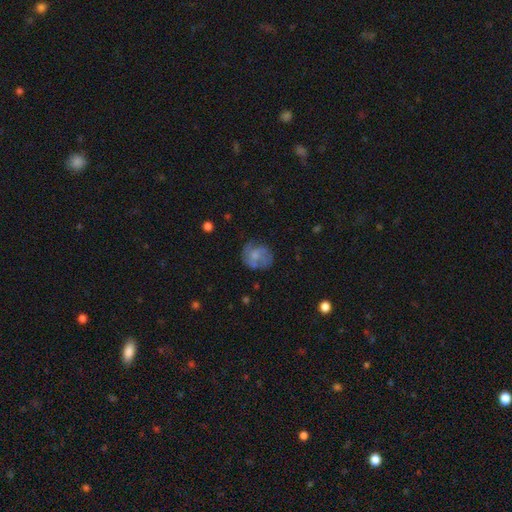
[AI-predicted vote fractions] Smooth or featured: featured or disk — 47% (smooth — 45%)
Merging: none — 60% (minor disturbance — 23%)